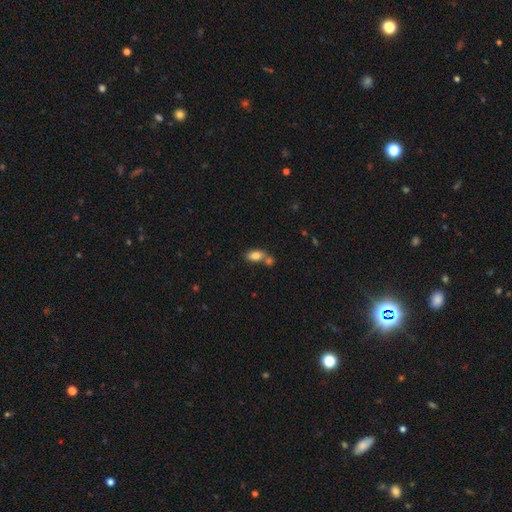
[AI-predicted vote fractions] This appears to be a smooth galaxy with no disk features (81%) that is in between round and cigar-shaped (89%). Merging: merger (46%).